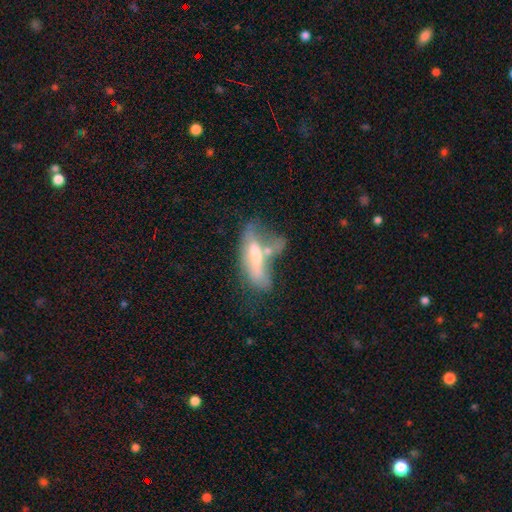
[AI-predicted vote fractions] This is possibly a featured or disk galaxy (47%). Merging: marginally merger (35%).